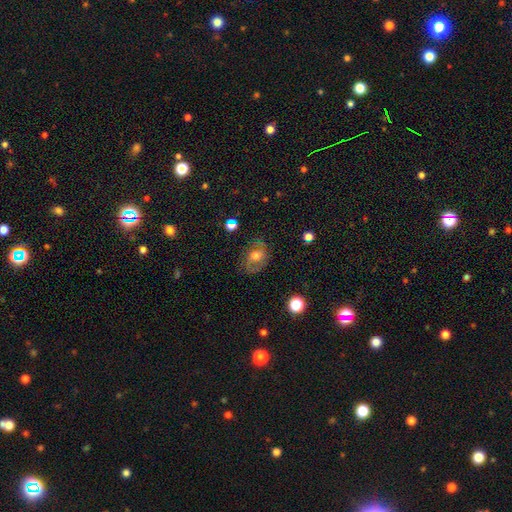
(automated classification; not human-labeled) Morphology: type=featured or disk (47%); merging=none (68%).